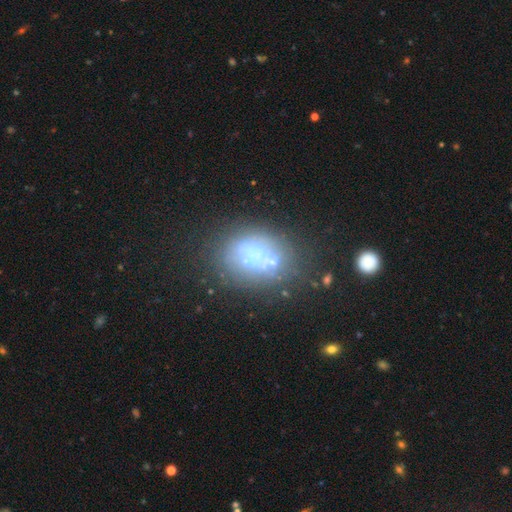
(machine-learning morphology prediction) smooth_or_featured: featured or disk (p=0.41) [tied with: smooth p=0.41]
merging: none (p=0.46) [alt: minor disturbance p=0.19]